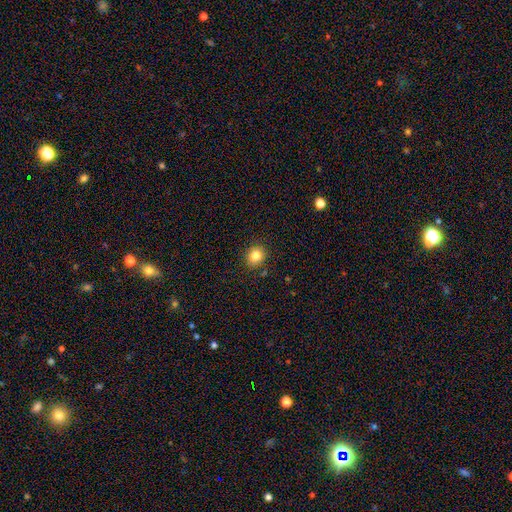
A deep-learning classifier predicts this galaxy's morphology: The model was most divided on "how rounded": round: 78%, in between: 21%, cigar-shaped: 1%. More confident: merging — none (87%); smooth or featured — smooth (82%).